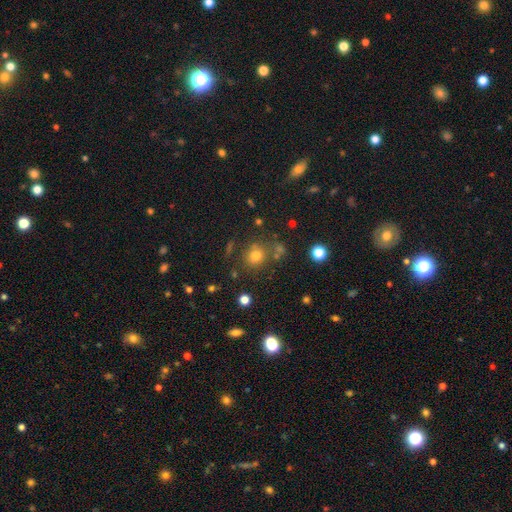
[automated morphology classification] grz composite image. It shows a smooth galaxy with no disk features (72%) that is round (85%). Merging: none (75%).